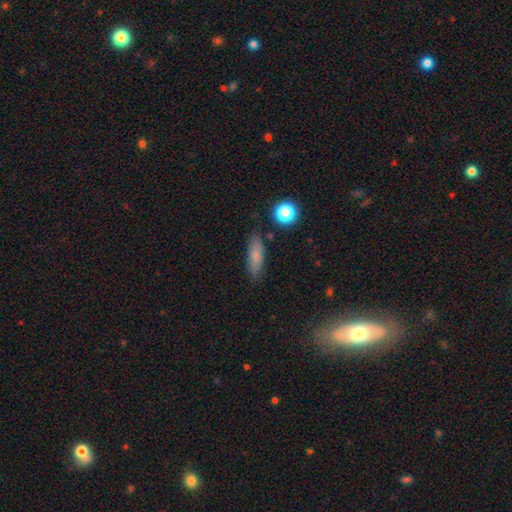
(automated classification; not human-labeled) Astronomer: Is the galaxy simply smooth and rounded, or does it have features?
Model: smooth — 79%.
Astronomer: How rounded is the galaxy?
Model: in between — 57% (runner-up: cigar-shaped, 39%).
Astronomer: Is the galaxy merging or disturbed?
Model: none — 81%.